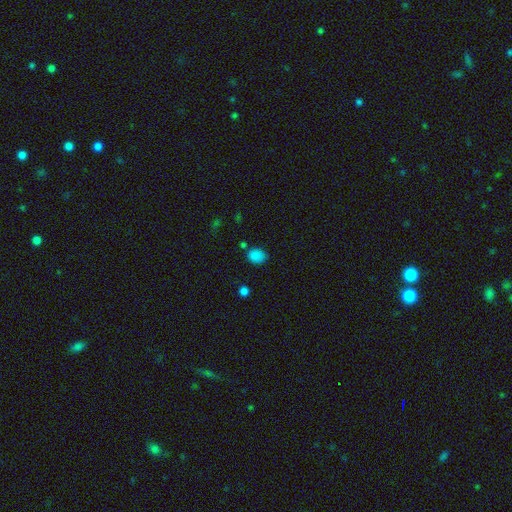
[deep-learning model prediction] This is clearly a smooth galaxy (83%). How rounded: possibly round (51%). Merging: likely none (71%).